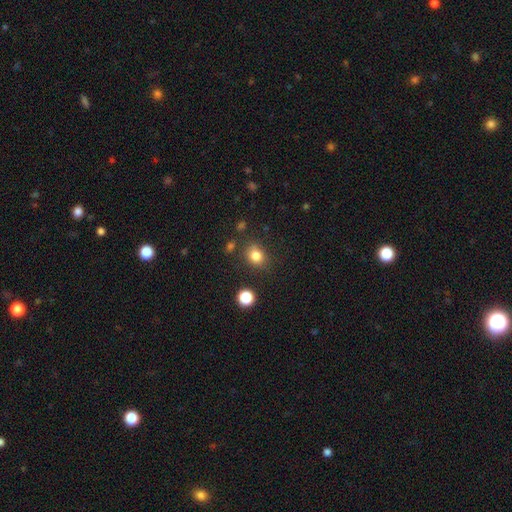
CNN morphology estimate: smooth_or_featured: smooth (p=0.81) [alt: star or artifact p=0.12]
how_rounded: round (p=0.61) [alt: in between p=0.38]
merging: none (p=0.78) [alt: minor disturbance p=0.13]